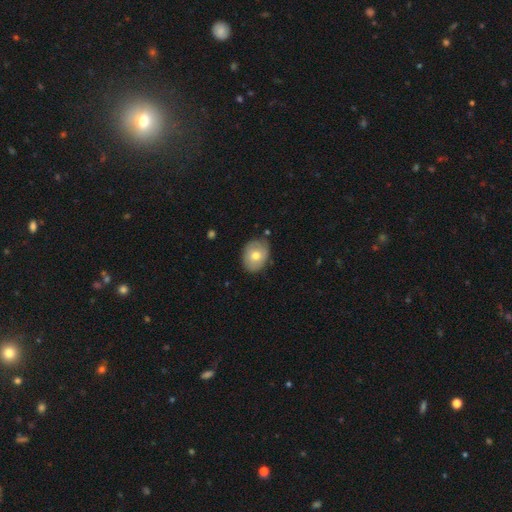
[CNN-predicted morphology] The model was most divided on "how rounded": in between: 59%, round: 41%, cigar-shaped: 1%. More confident: merging — none (76%); smooth or featured — smooth (64%).